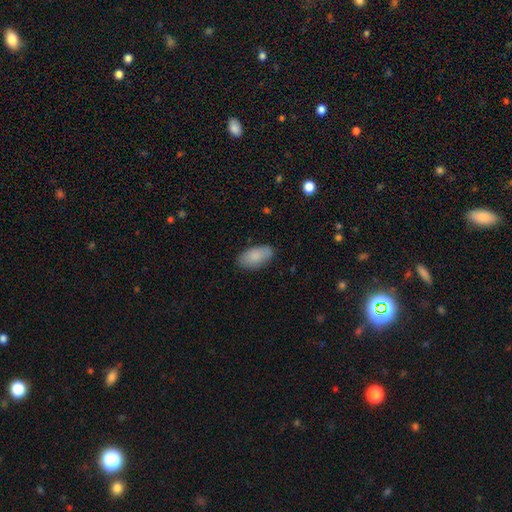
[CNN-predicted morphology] A smooth galaxy with no disk features (87%) that is in between round and cigar-shaped (94%).

Vote fractions:
- Smooth or featured? smooth: 87% / featured or disk: 7% / star or artifact: 6%
- How rounded? in between: 94% / cigar-shaped: 3% / round: 3%
- Merging? none: 84% / minor disturbance: 12% / major disturbance: 3% / merger: 1%